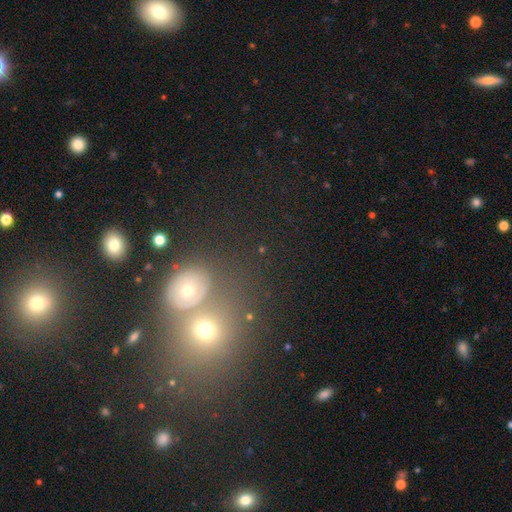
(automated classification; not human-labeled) Smooth or featured?
  - smooth: 46% *
  - star or artifact: 39%
  - featured or disk: 15%
Merging?
  - merger: 50% *
  - none: 38%
  - minor disturbance: 7%
  - major disturbance: 4%